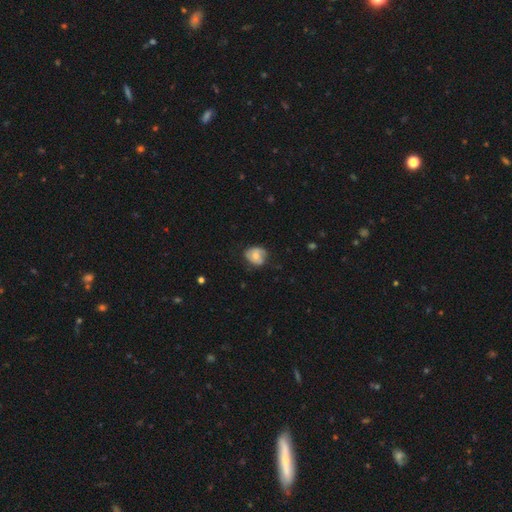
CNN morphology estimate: type=smooth (57%); roundness=round (62%); merging=none (63%).